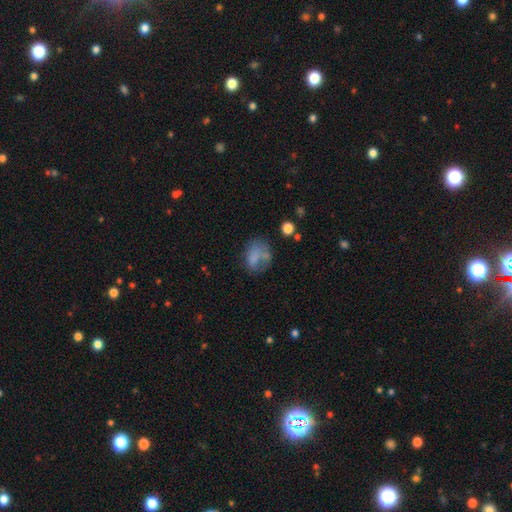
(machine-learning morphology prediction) type=smooth (65%); roundness=in between (59%); merging=none (41%).